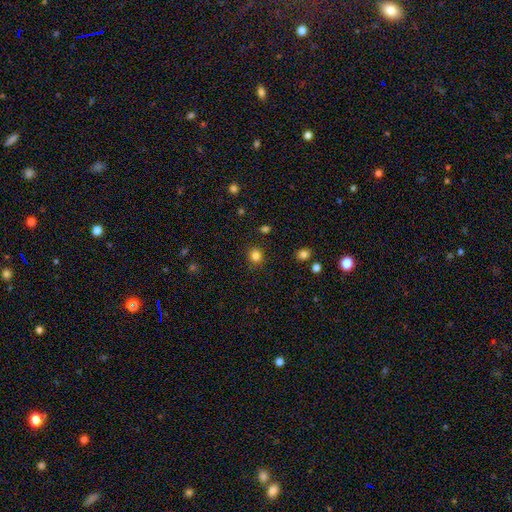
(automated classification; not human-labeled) Smooth or featured? Predicted: smooth (p=0.83). How rounded? Predicted: round (p=0.88). Merging? Predicted: none (p=0.89).